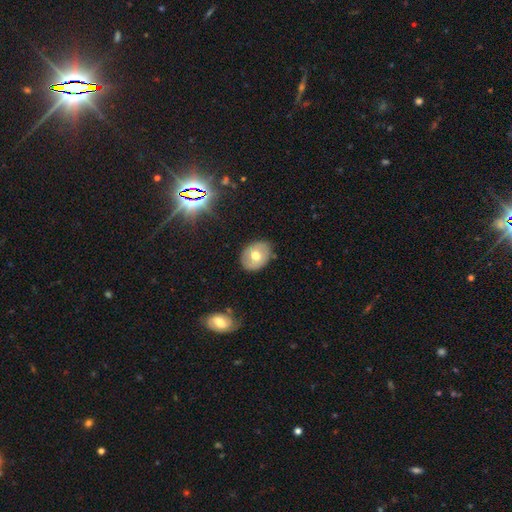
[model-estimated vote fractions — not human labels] smooth 60%, featured or disk 31%, star or artifact 9%. Down the decision tree: how rounded — in between (61%); merging — none (84%).